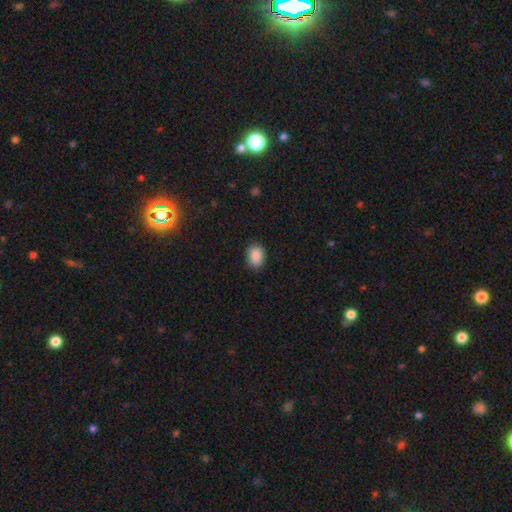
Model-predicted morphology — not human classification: Q: Smooth or featured?
A: smooth (89%); runner-up: star or artifact (8%)
Q: How rounded?
A: in between (73%); runner-up: round (26%)
Q: Merging?
A: none (84%); runner-up: minor disturbance (12%)